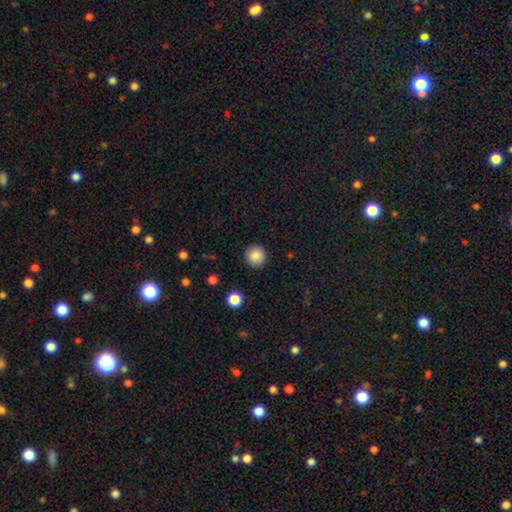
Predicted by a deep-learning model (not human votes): A smooth galaxy with no disk features (88%) that is round (95%). Merging: none (92%).